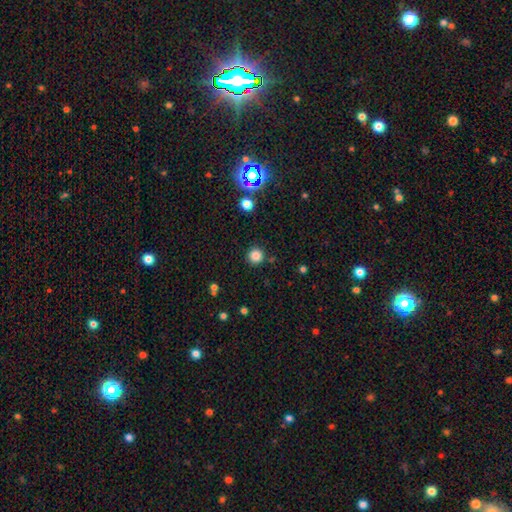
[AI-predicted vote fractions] Q: Smooth or featured?
A: smooth (83%); runner-up: star or artifact (14%)
Q: How rounded?
A: round (95%); runner-up: in between (4%)
Q: Merging?
A: none (89%); runner-up: minor disturbance (6%)